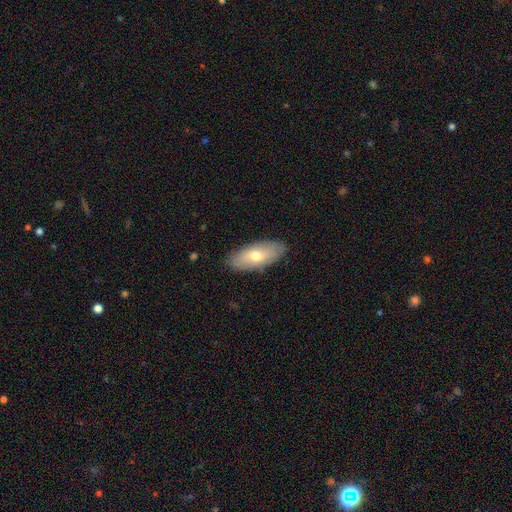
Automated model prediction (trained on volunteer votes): Smooth or featured?
  - smooth: 65% *
  - featured or disk: 29%
  - star or artifact: 6%
How rounded?
  - in between: 83% *
  - cigar-shaped: 14%
  - round: 3%
Merging?
  - none: 87% *
  - minor disturbance: 10%
  - major disturbance: 2%
  - merger: 1%